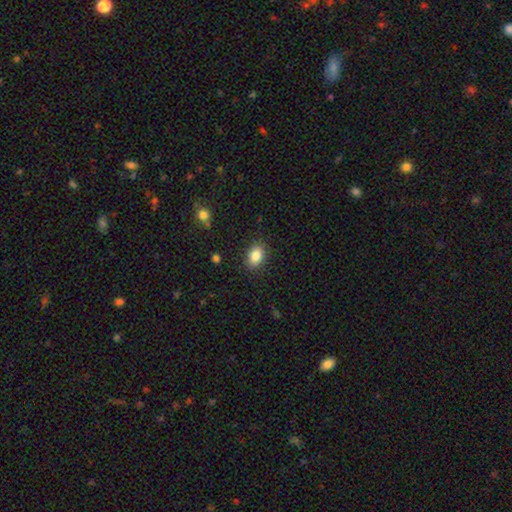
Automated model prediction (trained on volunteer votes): smooth_or_featured: smooth (p=0.85) [alt: star or artifact p=0.08]
how_rounded: in between (p=0.80) [alt: round p=0.19]
merging: none (p=0.87) [alt: minor disturbance p=0.09]